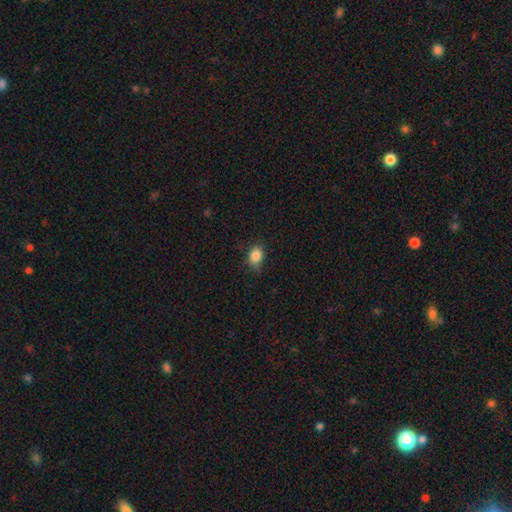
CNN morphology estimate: Smooth or featured? Predicted: smooth (p=0.86). How rounded? Predicted: in between (p=0.64). Merging? Predicted: none (p=0.74).